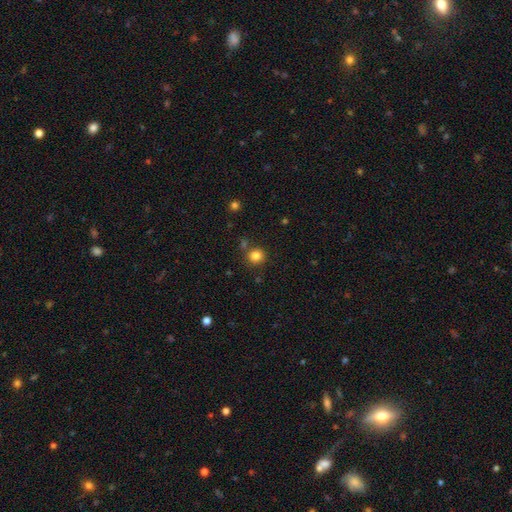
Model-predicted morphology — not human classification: Smooth or featured? Predicted: smooth (p=0.82). How rounded? Predicted: round (p=0.89). Merging? Predicted: none (p=0.80).